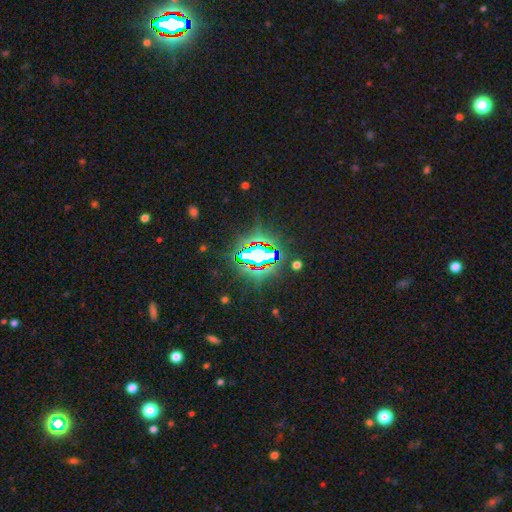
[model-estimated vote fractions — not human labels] Q: Smooth or featured?
A: star or artifact (76%); runner-up: smooth (13%)